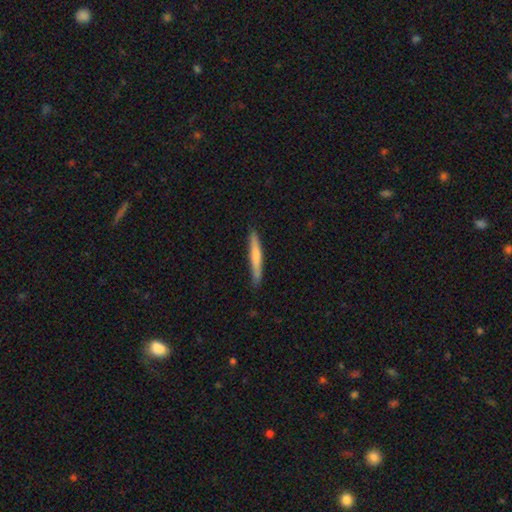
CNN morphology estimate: Smooth or featured? smooth (64%)
How rounded? cigar-shaped (95%)
Merging? none (87%)